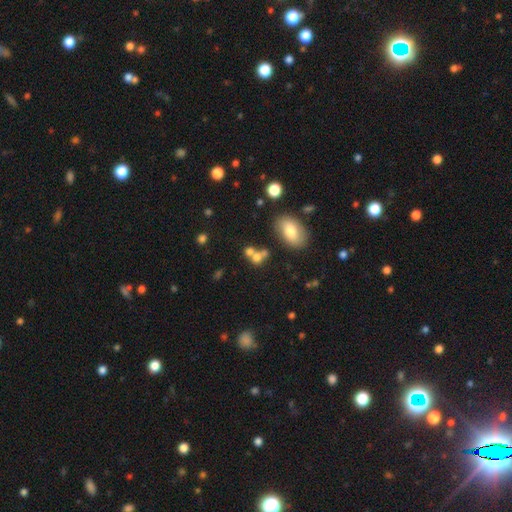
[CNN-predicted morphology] The model was most divided on "how rounded": round: 53%, in between: 44%, cigar-shaped: 3%. Remaining: smooth or featured — smooth (69%); merging — merger (48%).